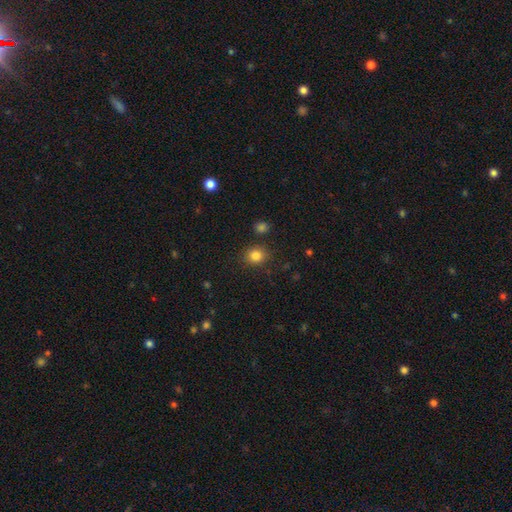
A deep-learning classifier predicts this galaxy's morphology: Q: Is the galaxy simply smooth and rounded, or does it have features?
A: smooth — 84%.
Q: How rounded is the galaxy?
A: round — 70%.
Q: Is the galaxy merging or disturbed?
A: none — 84%.